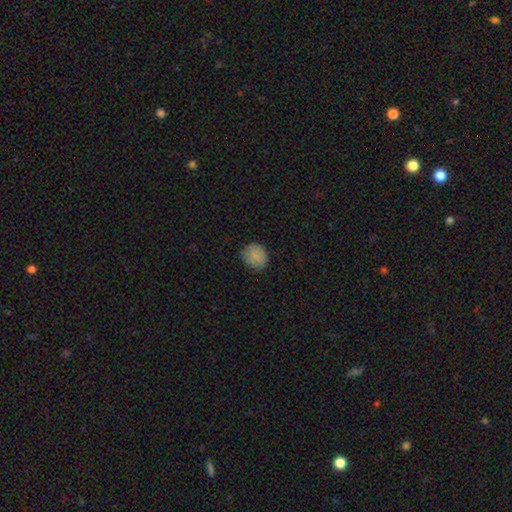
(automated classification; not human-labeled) A smooth galaxy with no disk features (86%) that is round (77%).

Vote fractions:
- Smooth or featured? smooth: 86% / star or artifact: 9% / featured or disk: 5%
- How rounded? round: 77% / in between: 22% / cigar-shaped: 1%
- Merging? none: 81% / minor disturbance: 15% / major disturbance: 3% / merger: 1%